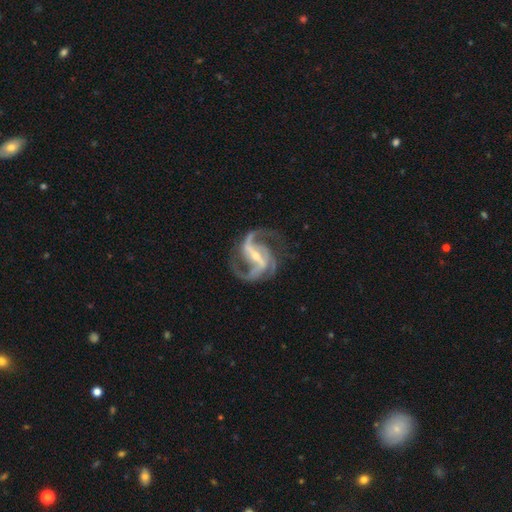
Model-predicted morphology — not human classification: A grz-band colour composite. It shows a featured or disk galaxy (93%) with a strong bar (66%), 2 (53%) medium (57%) spiral arms (98%) and a small central bulge (63%). Merging: none (70%).